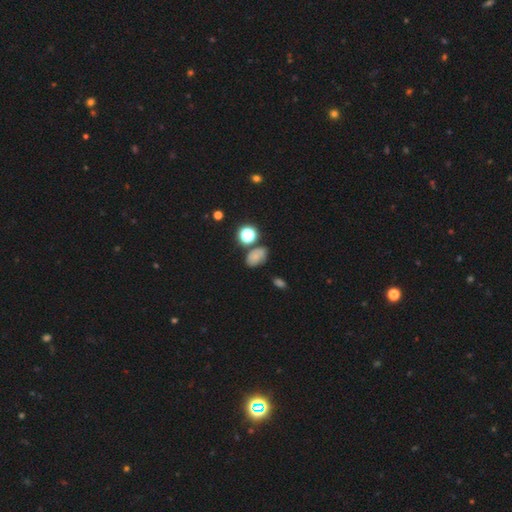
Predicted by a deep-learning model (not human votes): This is likely a smooth galaxy (66%). How rounded: likely in between (74%). Merging: likely none (64%).